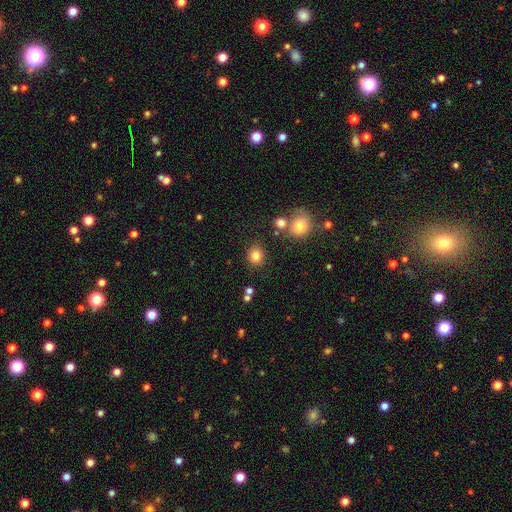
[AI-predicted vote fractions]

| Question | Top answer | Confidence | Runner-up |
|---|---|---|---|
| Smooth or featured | smooth | 82% | star or artifact (12%) |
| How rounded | round | 81% | in between (18%) |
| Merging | none | 83% | minor disturbance (8%) |